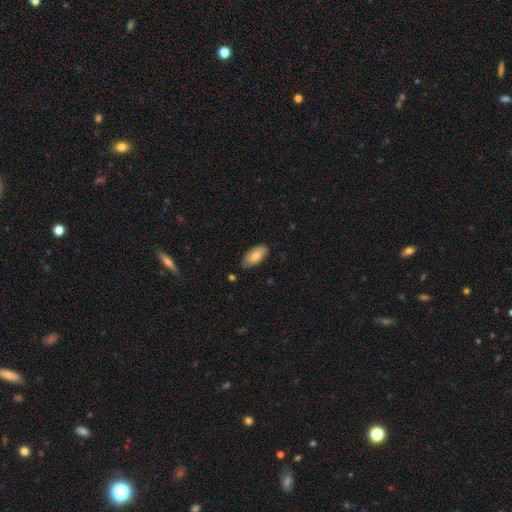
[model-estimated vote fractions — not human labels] The model was most divided on "merging": none: 78%, minor disturbance: 18%, major disturbance: 3%, merger: 2%. More confident: how rounded — in between (92%); smooth or featured — smooth (79%).